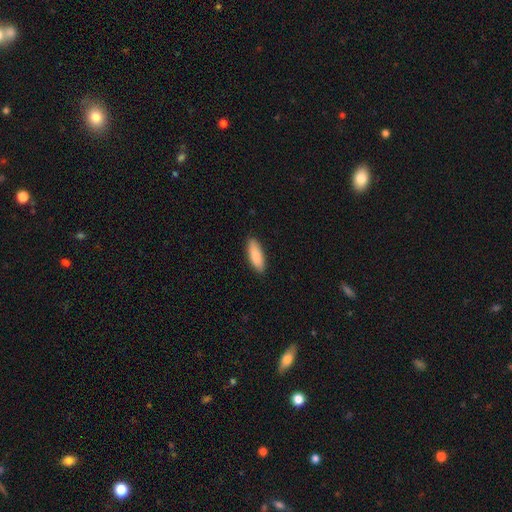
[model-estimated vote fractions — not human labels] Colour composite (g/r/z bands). It shows a smooth galaxy with no disk features (88%) that is in between round and cigar-shaped (61%). Merging: none (88%).